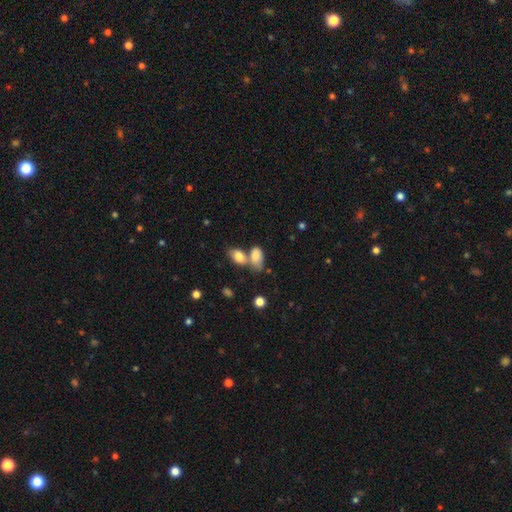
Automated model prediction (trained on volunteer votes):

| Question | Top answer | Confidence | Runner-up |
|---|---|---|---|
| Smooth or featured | smooth | 83% | featured or disk (9%) |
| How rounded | in between | 90% | round (6%) |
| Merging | merger | 51% | none (30%) |